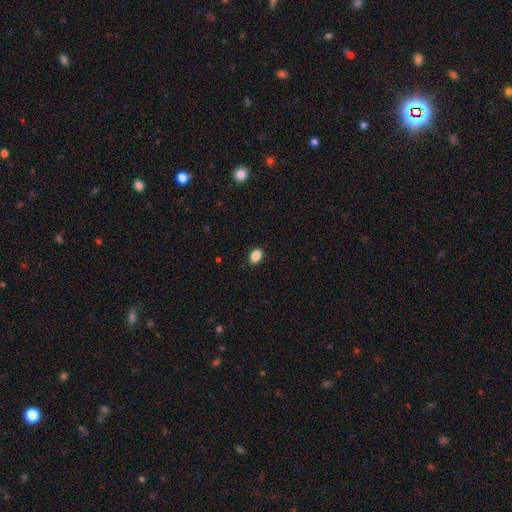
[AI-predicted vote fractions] The model was most divided on "how rounded": in between: 75%, round: 24%, cigar-shaped: 1%. More confident: merging — none (89%); smooth or featured — smooth (88%).